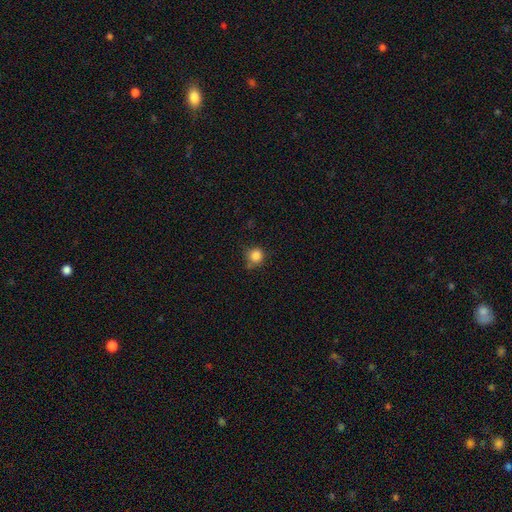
Volunteers were most divided on "merging": none: 62%, minor disturbance: 27%, merger: 8%, major disturbance: 3%. More confident: how rounded — round (97%); smooth or featured — smooth (95%).